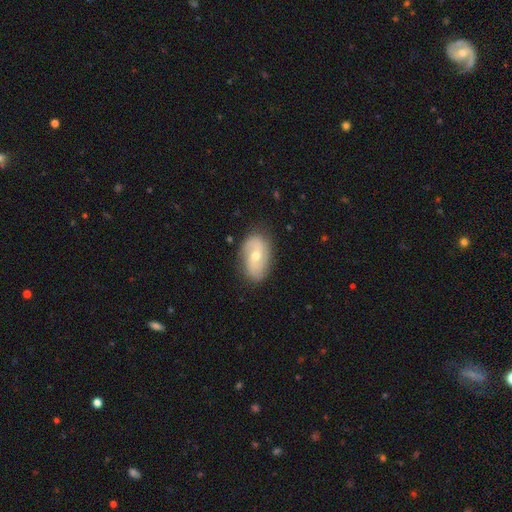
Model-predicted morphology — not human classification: smooth-or-featured: featured or disk: 67% | smooth: 26% | star or artifact: 7%
  disk-edge-on: no: 94% | yes: 6%
    bar: no: 57% | weak: 34% | strong: 9%
    has-spiral-arms: yes: 86% | no: 14%
      spiral-winding: medium: 38% | loose: 36% | tight: 26%
      spiral-arm-count: 2: 78% | can't tell: 13% | 3: 3% | 1: 3% | 4: 1% | more than 4: 1%
    bulge-size: moderate: 55% | small: 41% | large: 2% | none: 1% | dominant: 1%
  merging: none: 80% | minor disturbance: 15% | major disturbance: 4% | merger: 1%